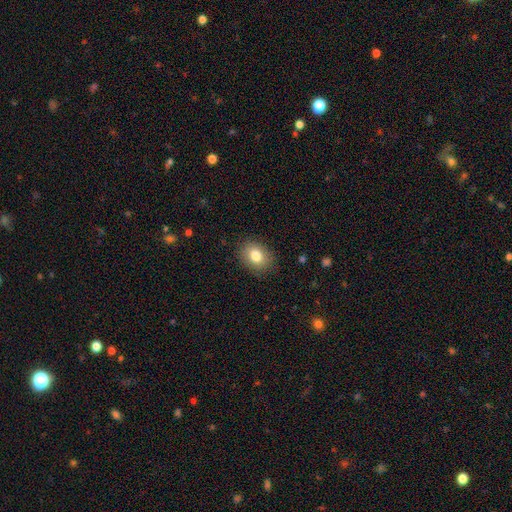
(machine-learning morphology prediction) A smooth galaxy with no disk features (82%) that is in between round and cigar-shaped (63%). Merging: none (87%).